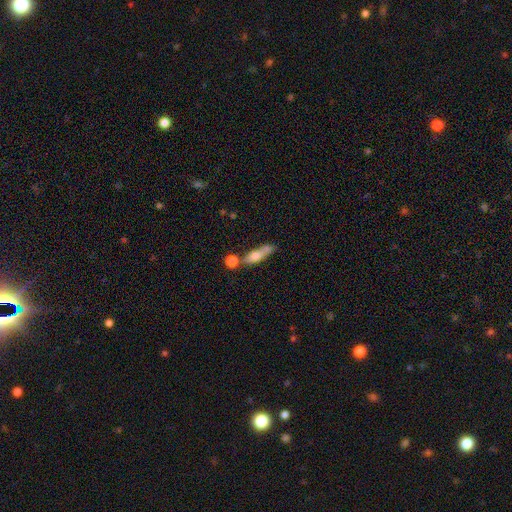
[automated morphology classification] smooth-or-featured: smooth: 64% | featured or disk: 28% | star or artifact: 8%
  how-rounded: cigar-shaped: 58% | in between: 36% | round: 6%
  merging: none: 43% | merger: 31% | minor disturbance: 17% | major disturbance: 9%